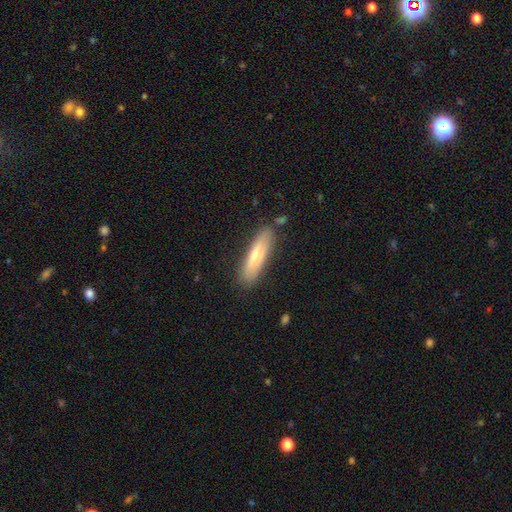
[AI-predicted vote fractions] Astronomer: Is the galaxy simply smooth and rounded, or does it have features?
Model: smooth — 64%.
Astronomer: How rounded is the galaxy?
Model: cigar-shaped — 74%.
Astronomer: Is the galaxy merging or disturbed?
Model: none — 83%.